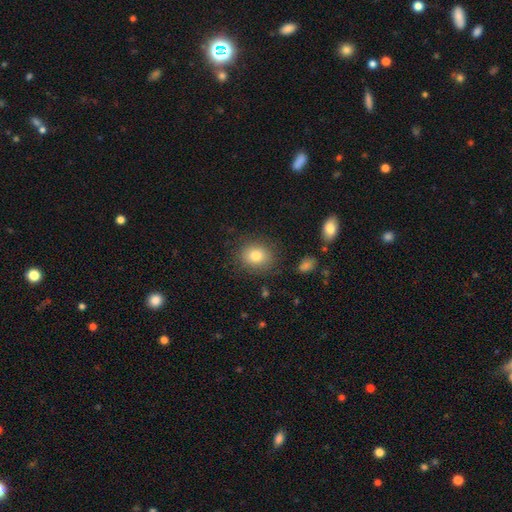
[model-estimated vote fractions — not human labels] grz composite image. It shows a smooth galaxy with no disk features (80%) that is round (66%). Merging: none (84%).